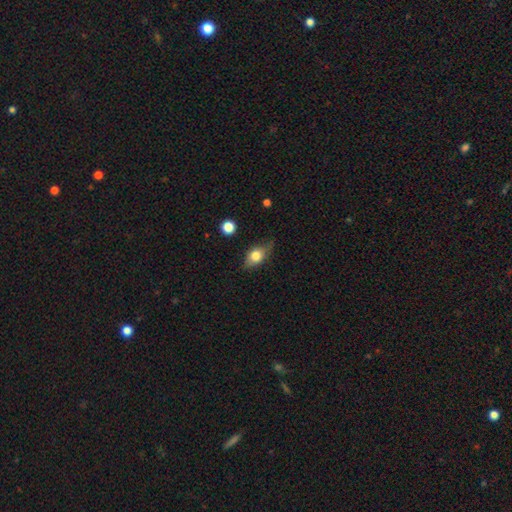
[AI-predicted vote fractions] smooth-or-featured: smooth: 69% | featured or disk: 23% | star or artifact: 8%
  how-rounded: in between: 75% | round: 19% | cigar-shaped: 6%
  merging: none: 69% | minor disturbance: 24% | major disturbance: 6% | merger: 2%